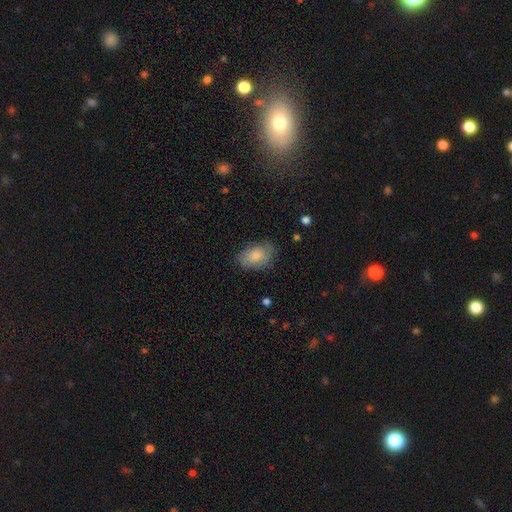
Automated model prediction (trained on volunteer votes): Smooth or featured: smooth — 81% (featured or disk — 12%)
How rounded: in between — 87% (round — 11%)
Merging: none — 69% (minor disturbance — 22%)